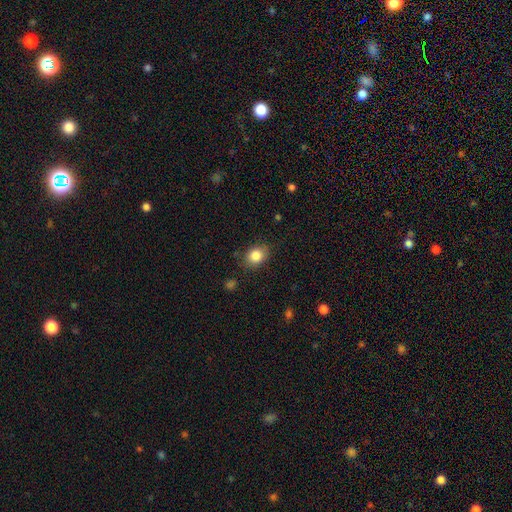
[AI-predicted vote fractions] Smooth or featured?
  - smooth: 84% *
  - star or artifact: 9%
  - featured or disk: 7%
How rounded?
  - in between: 55% *
  - round: 44%
  - cigar-shaped: 1%
Merging?
  - none: 82% *
  - minor disturbance: 13%
  - major disturbance: 3%
  - merger: 1%